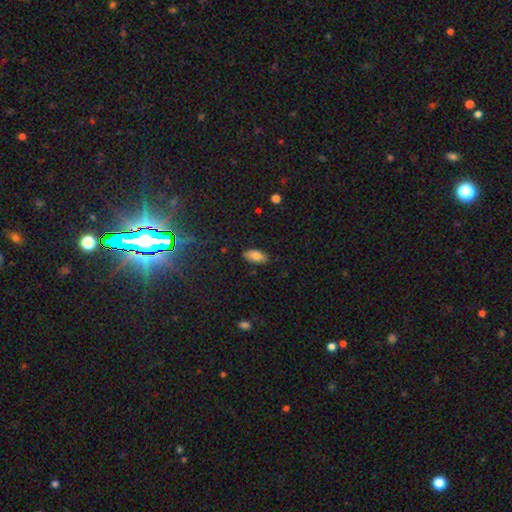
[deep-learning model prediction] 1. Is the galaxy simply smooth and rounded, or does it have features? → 82% smooth, 9% featured or disk, 9% star or artifact.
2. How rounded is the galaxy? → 91% in between, 6% cigar-shaped, 2% round.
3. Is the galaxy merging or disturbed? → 86% none, 11% minor disturbance, 2% major disturbance, 1% merger.